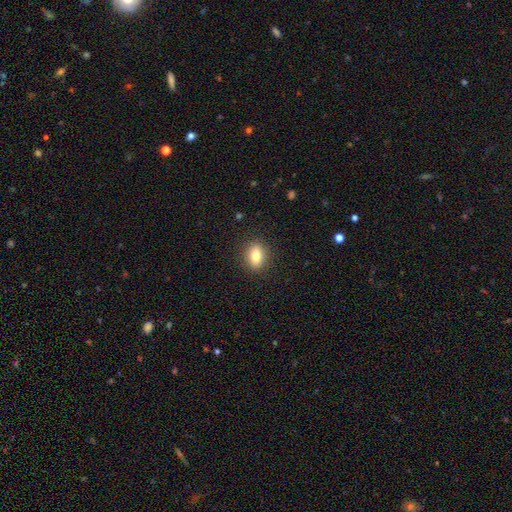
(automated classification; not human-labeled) Morphology: type=smooth (80%); roundness=in between (75%); merging=none (88%).